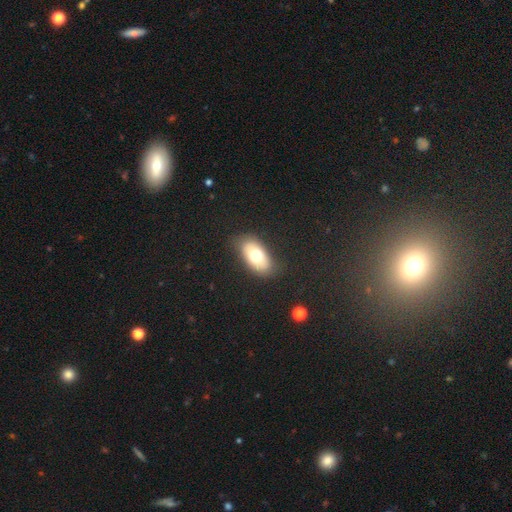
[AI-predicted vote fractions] The model was most divided on "smooth or featured": smooth: 69%, featured or disk: 24%, star or artifact: 7%. More confident: how rounded — in between (93%); merging — none (82%).